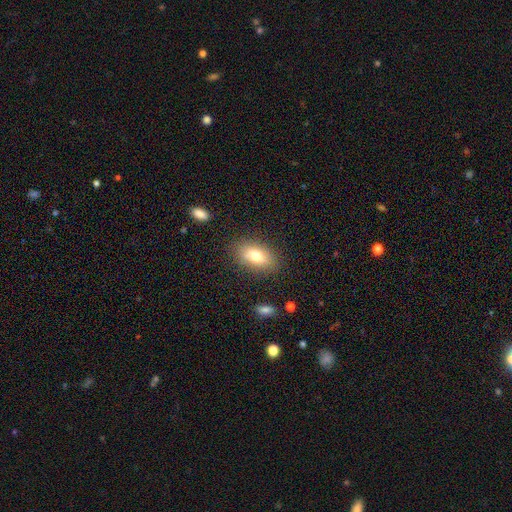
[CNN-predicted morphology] Smooth or featured? smooth (73%)
How rounded? in between (88%)
Merging? none (82%)